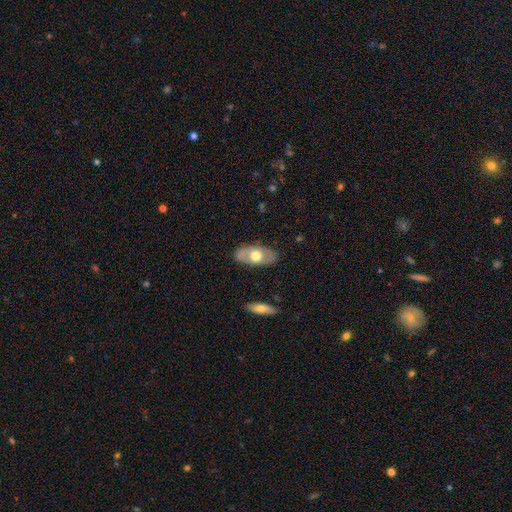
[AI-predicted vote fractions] Smooth or featured? Predicted: featured or disk (p=0.49). Merging? Predicted: none (p=0.83).